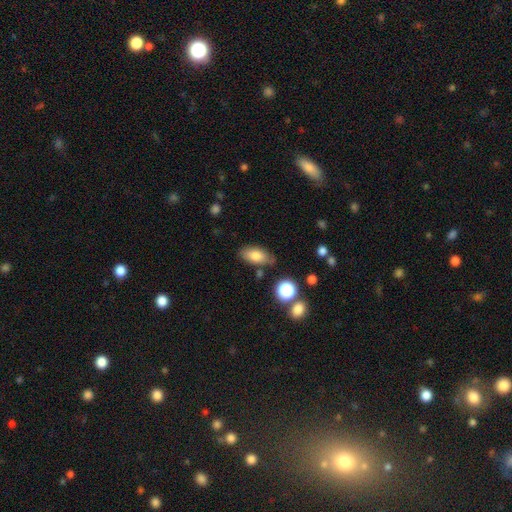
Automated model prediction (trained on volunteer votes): smooth 78%, featured or disk 13%, star or artifact 9%. Down the decision tree: how rounded — in between (88%); merging — none (76%).